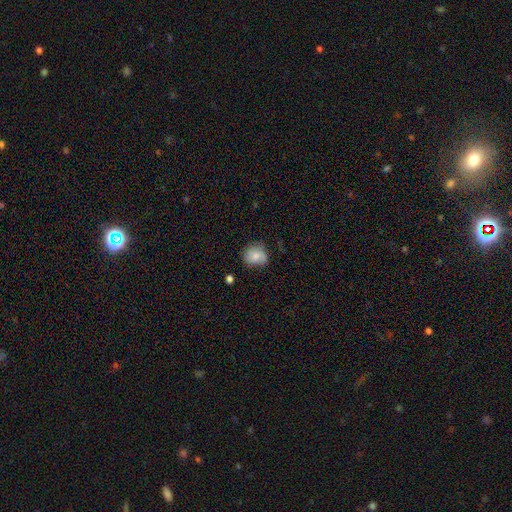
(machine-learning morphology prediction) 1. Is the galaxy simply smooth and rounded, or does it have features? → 72% smooth, 20% featured or disk, 9% star or artifact.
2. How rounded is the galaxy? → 70% round, 29% in between, 1% cigar-shaped.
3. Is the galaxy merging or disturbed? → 58% none, 30% minor disturbance, 8% major disturbance, 3% merger.